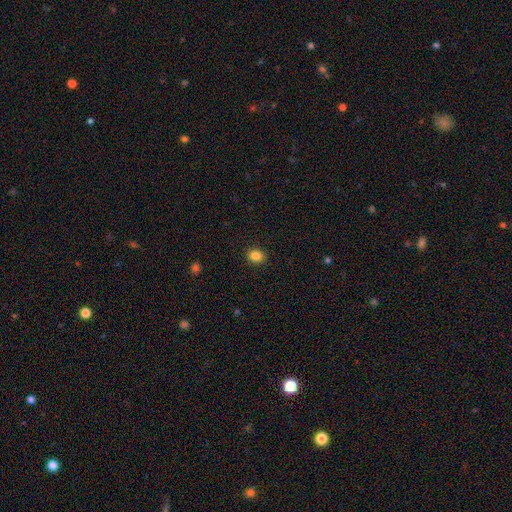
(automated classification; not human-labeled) This is clearly a smooth galaxy (85%). How rounded: possibly round (56%). Merging: clearly none (91%).